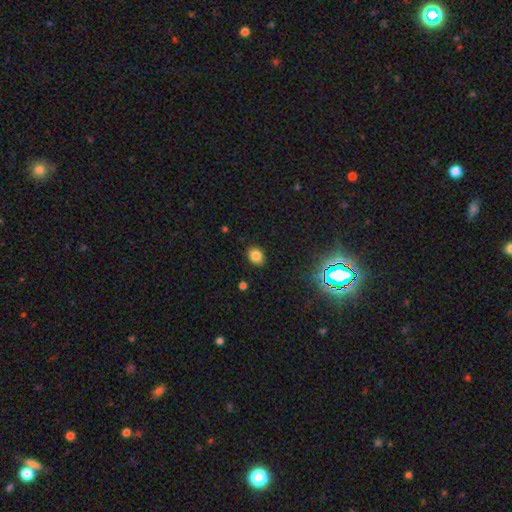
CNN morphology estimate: Q: Smooth or featured?
A: smooth (81%); runner-up: star or artifact (13%)
Q: How rounded?
A: round (50%); runner-up: in between (49%)
Q: Merging?
A: none (87%); runner-up: minor disturbance (10%)